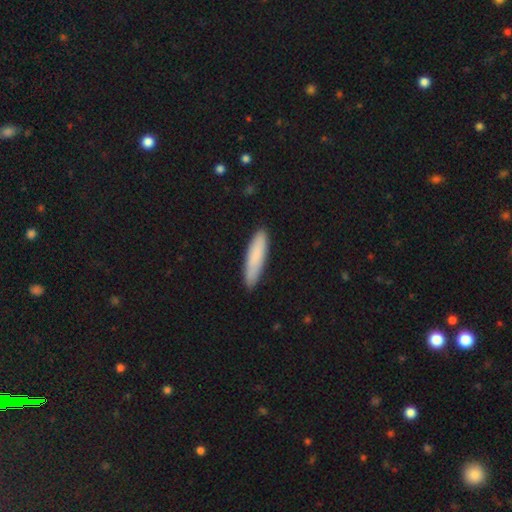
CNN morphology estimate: This appears to be a smooth galaxy with no disk features (84%) that is cigar-shaped (81%). Merging: none (88%).